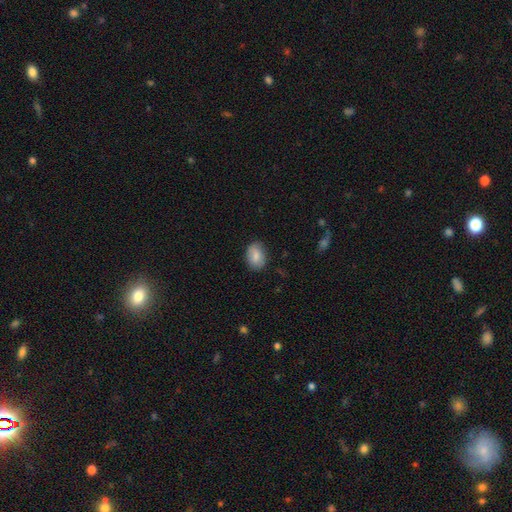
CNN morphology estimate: type=smooth (81%); roundness=in between (80%); merging=none (80%).